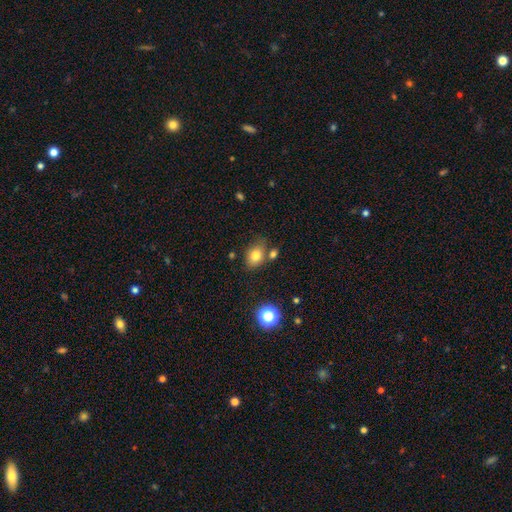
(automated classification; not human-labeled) smooth_or_featured: smooth (p=0.78) [alt: star or artifact p=0.11]
how_rounded: in between (p=0.68) [alt: round p=0.31]
merging: none (p=0.66) [alt: minor disturbance p=0.17]